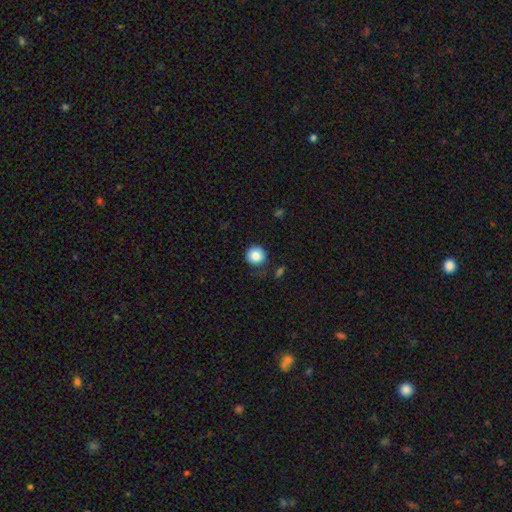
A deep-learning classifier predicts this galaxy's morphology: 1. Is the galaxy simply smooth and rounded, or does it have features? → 85% smooth, 9% star or artifact, 6% featured or disk.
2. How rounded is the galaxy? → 93% round, 6% in between, 1% cigar-shaped.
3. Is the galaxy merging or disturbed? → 77% none, 15% minor disturbance, 5% major disturbance, 2% merger.